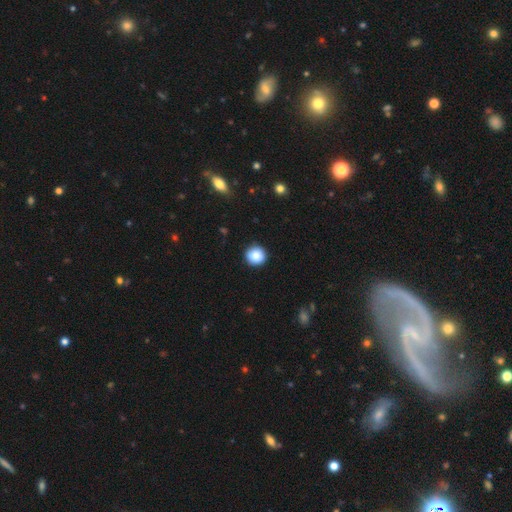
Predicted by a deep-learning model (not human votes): Smooth or featured? smooth (88%)
How rounded? round (94%)
Merging? none (90%)